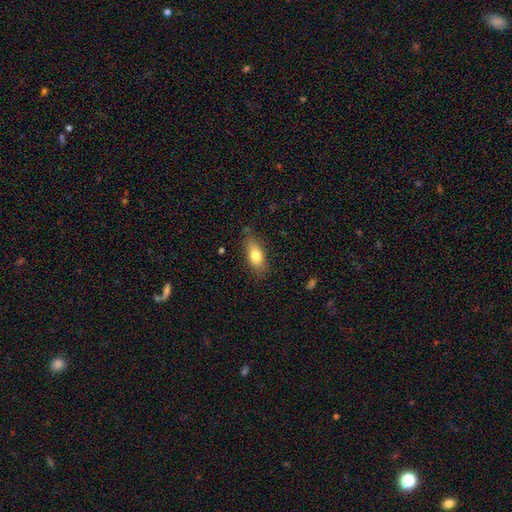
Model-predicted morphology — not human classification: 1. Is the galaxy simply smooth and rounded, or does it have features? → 77% smooth, 16% featured or disk, 7% star or artifact.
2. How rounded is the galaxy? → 80% in between, 15% cigar-shaped, 5% round.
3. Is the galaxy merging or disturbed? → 75% none, 19% minor disturbance, 4% major disturbance, 2% merger.